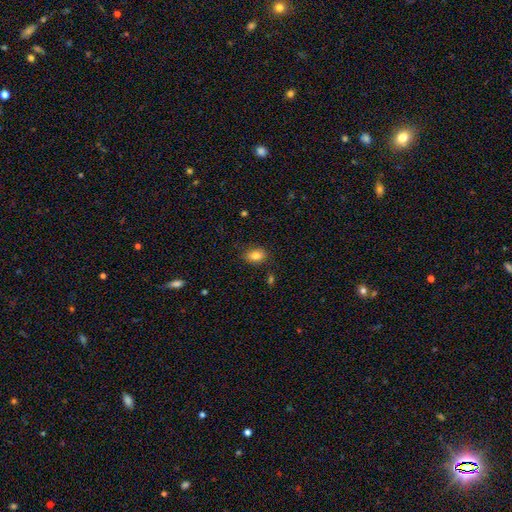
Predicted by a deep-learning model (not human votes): Smooth or featured? smooth (82%)
How rounded? in between (83%)
Merging? none (83%)